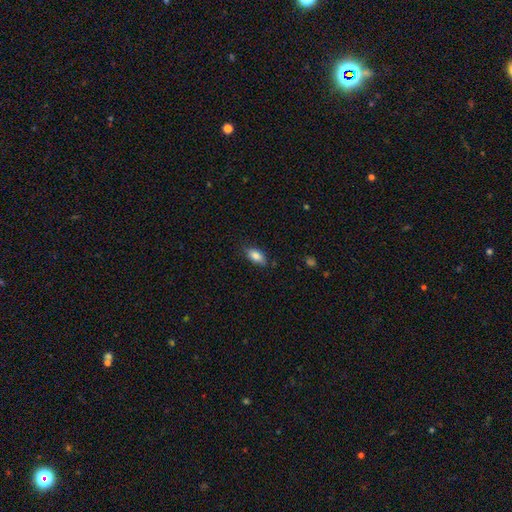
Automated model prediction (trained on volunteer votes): Smooth or featured? smooth (85%)
How rounded? in between (88%)
Merging? none (80%)